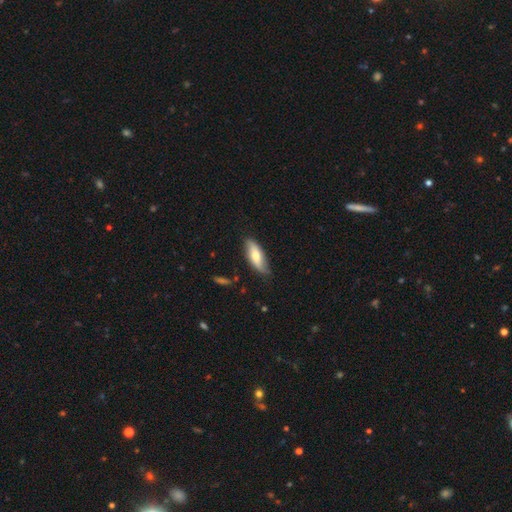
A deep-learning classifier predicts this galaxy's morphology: smooth 57%, featured or disk 37%, star or artifact 6%. Down the decision tree: how rounded — in between (73%); merging — none (72%).